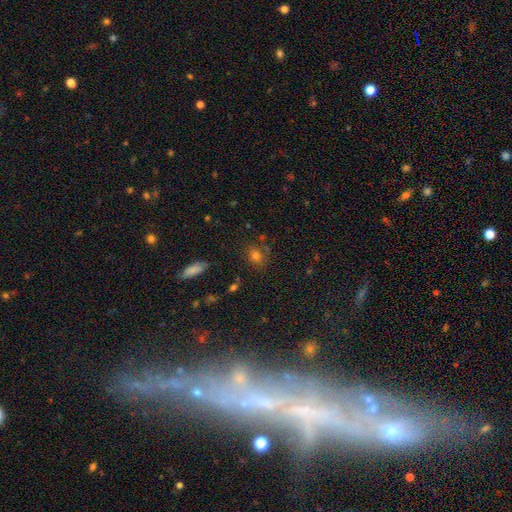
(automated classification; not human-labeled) Q: Smooth or featured?
A: smooth (70%); runner-up: star or artifact (21%)
Q: How rounded?
A: round (64%); runner-up: in between (34%)
Q: Merging?
A: none (78%); runner-up: minor disturbance (13%)